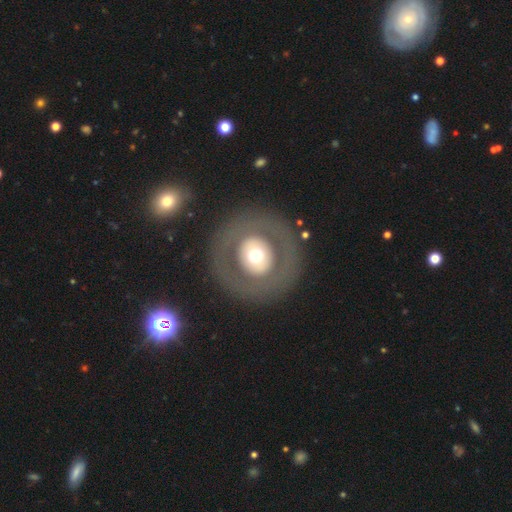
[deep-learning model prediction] Smooth or featured?
  - smooth: 48% *
  - featured or disk: 45%
  - star or artifact: 7%
Merging?
  - none: 86% *
  - major disturbance: 6%
  - minor disturbance: 6%
  - merger: 1%